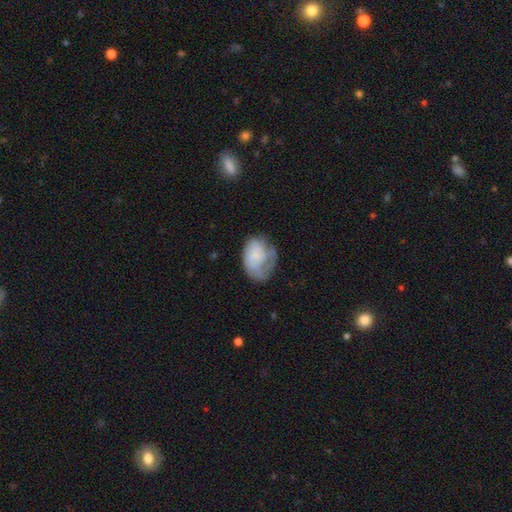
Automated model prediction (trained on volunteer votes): The model was most divided on "merging": none: 38%, minor disturbance: 30%, major disturbance: 29%, merger: 2%. More confident: how rounded — in between (73%); smooth or featured — smooth (53%).